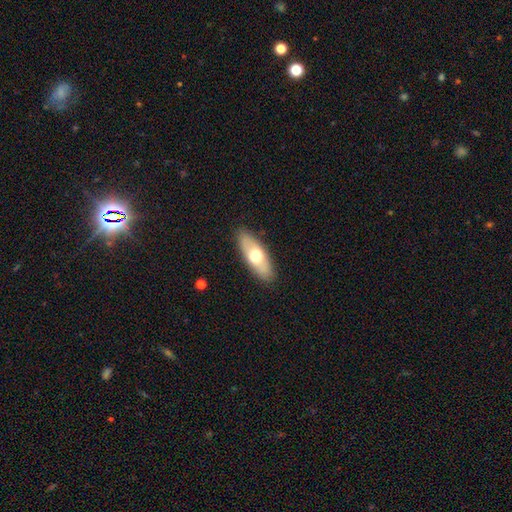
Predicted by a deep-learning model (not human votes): This appears to be a smooth galaxy with no disk features (61%) that is in between round and cigar-shaped (69%). Merging: none (88%).